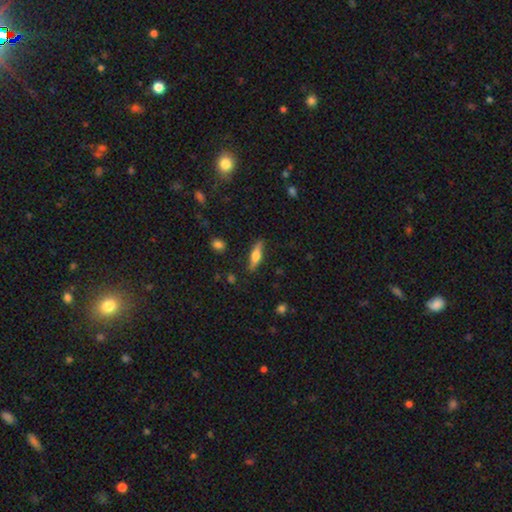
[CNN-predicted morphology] type=smooth (48%); merging=none (85%).